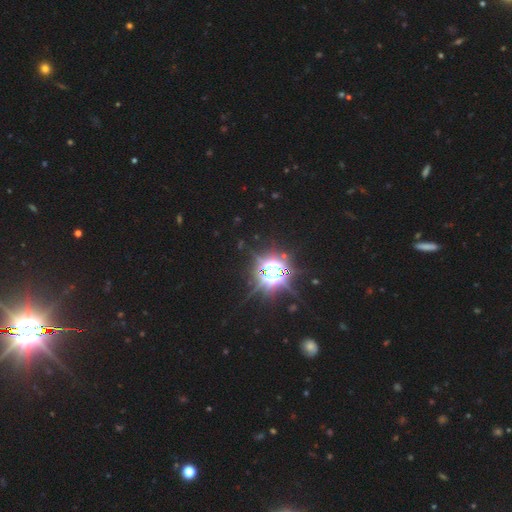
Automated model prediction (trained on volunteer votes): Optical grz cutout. It shows a star or artifact, not a galaxy (81%).